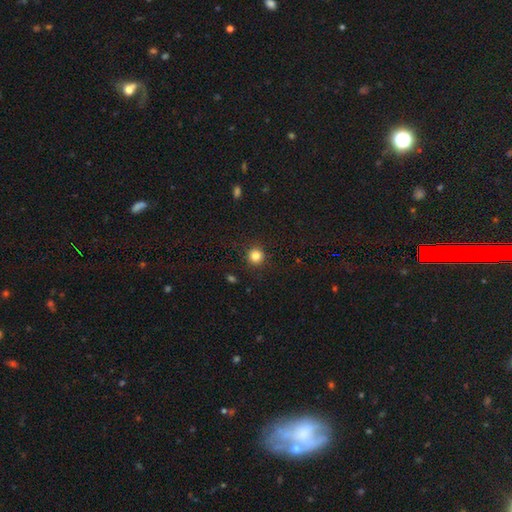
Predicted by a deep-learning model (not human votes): Morphology: type=smooth (82%); roundness=round (94%); merging=none (91%).